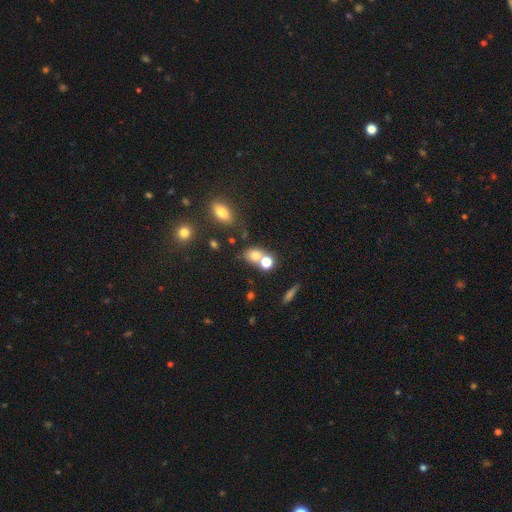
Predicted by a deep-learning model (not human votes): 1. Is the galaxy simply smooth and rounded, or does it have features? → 73% smooth, 14% star or artifact, 12% featured or disk.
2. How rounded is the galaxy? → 54% round, 44% in between, 2% cigar-shaped.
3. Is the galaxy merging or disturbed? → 45% merger, 41% none, 10% minor disturbance, 5% major disturbance.